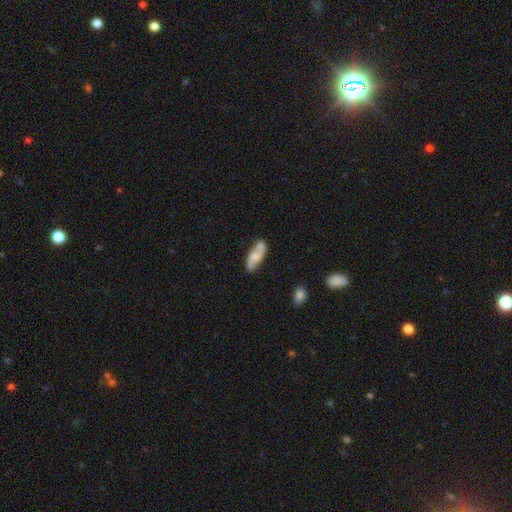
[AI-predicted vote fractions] Overall: smooth (48%; featured or disk 45%). Merging: none (61%).